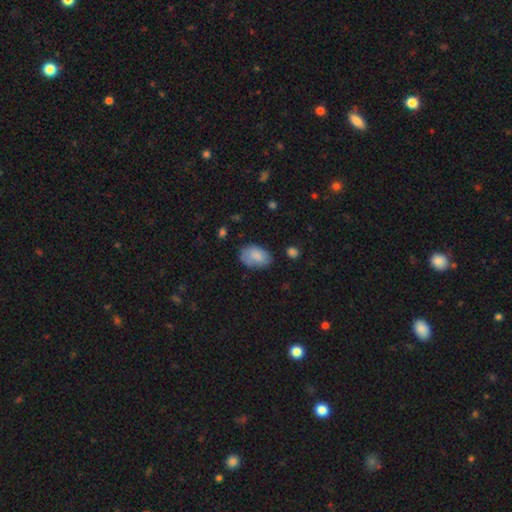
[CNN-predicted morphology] A smooth galaxy with no disk features (84%) that is in between round and cigar-shaped (89%).

Vote fractions:
- Smooth or featured? smooth: 84% / featured or disk: 9% / star or artifact: 7%
- How rounded? in between: 89% / round: 10% / cigar-shaped: 1%
- Merging? none: 69% / minor disturbance: 23% / major disturbance: 6% / merger: 2%